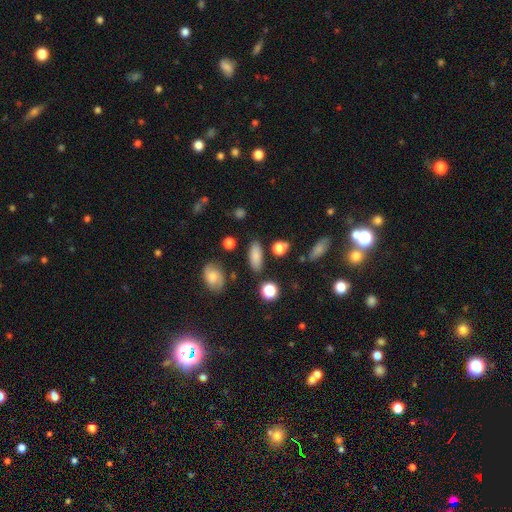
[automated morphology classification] The model was most divided on "how rounded": in between: 78%, cigar-shaped: 17%, round: 5%. More confident: merging — none (83%); smooth or featured — smooth (82%).